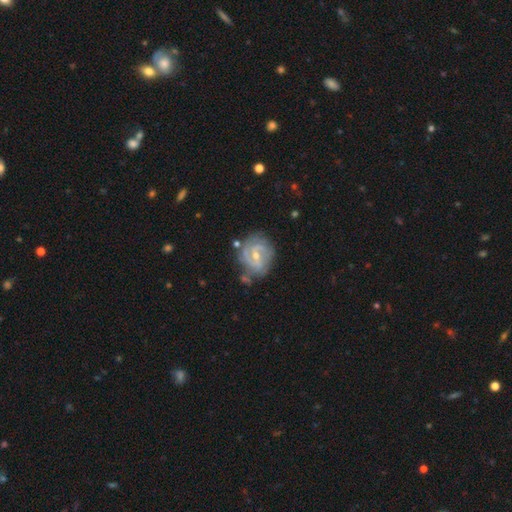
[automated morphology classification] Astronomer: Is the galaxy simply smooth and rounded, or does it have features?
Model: featured or disk — 86%.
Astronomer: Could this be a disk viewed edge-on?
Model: no — 98%.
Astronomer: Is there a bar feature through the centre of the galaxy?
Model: weak — 53% (runner-up: no, 30%).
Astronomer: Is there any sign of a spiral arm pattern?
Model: yes — 96%.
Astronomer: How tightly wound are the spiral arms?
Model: tight — 50% (runner-up: medium, 40%).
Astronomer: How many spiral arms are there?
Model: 2 — 52%.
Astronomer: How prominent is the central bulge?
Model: small — 51% (runner-up: moderate, 46%).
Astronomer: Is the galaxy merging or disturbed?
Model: none — 64%.